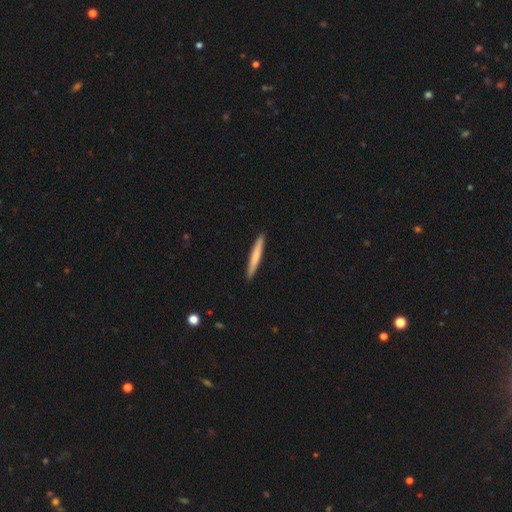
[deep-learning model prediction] Q: Smooth or featured?
A: smooth (70%); runner-up: featured or disk (25%)
Q: How rounded?
A: cigar-shaped (96%); runner-up: in between (3%)
Q: Merging?
A: none (92%); runner-up: minor disturbance (6%)